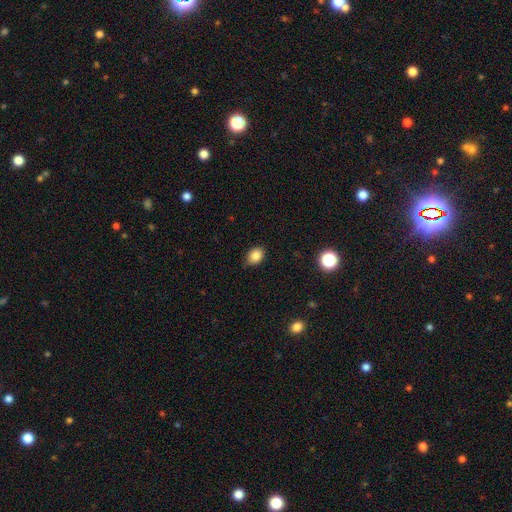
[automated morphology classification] Smooth or featured? smooth (84%)
How rounded? in between (67%)
Merging? none (77%)